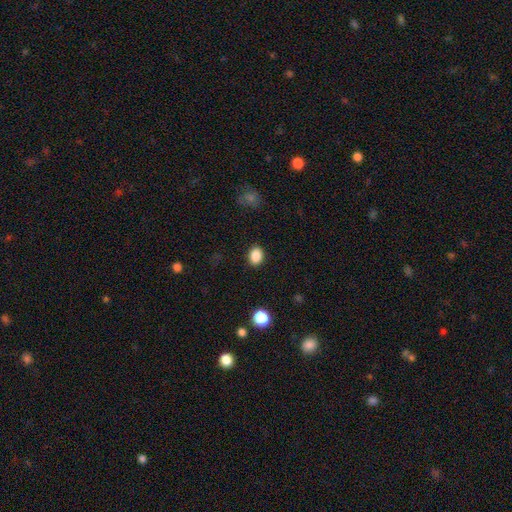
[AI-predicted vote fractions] Morphology: type=smooth (87%); roundness=in between (58%); merging=none (88%).